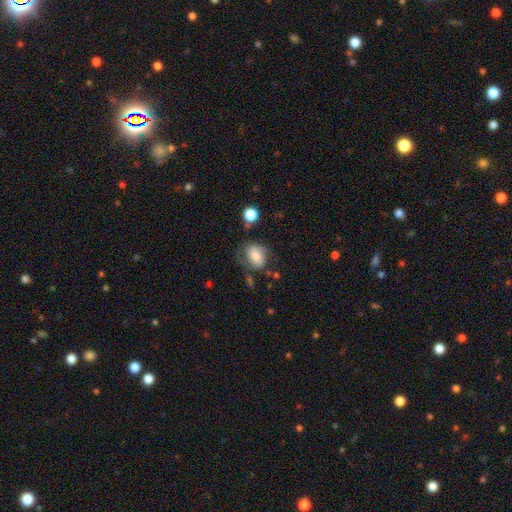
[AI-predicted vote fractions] A featured or disk galaxy (48%).

Vote fractions:
- Smooth or featured? featured or disk: 48% / smooth: 43% / star or artifact: 9%
- Merging? none: 52% / minor disturbance: 24% / major disturbance: 18% / merger: 6%